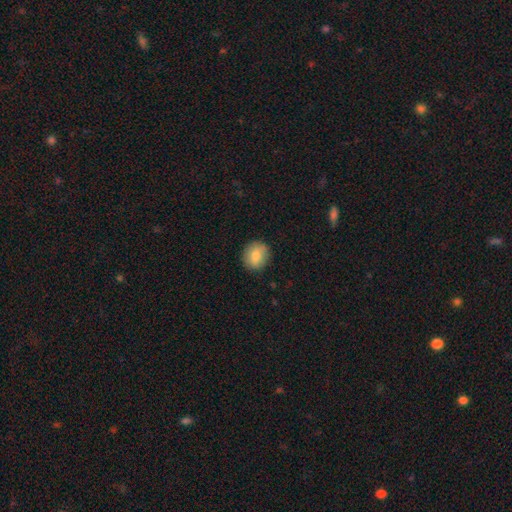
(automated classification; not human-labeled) Q: Smooth or featured?
A: smooth (80%); runner-up: featured or disk (13%)
Q: How rounded?
A: round (78%); runner-up: in between (21%)
Q: Merging?
A: none (88%); runner-up: minor disturbance (9%)